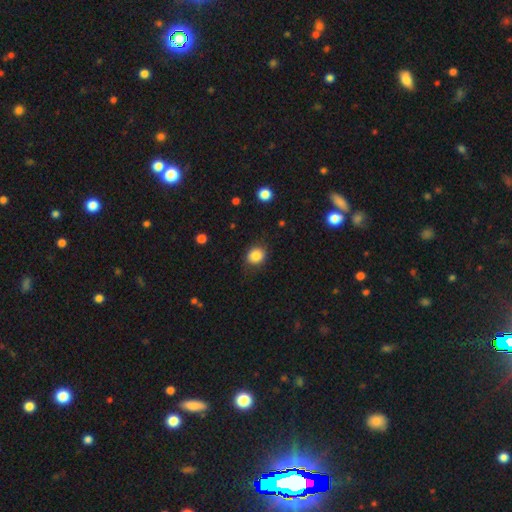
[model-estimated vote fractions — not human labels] smooth-or-featured: smooth: 85% | star or artifact: 9% | featured or disk: 6%
  how-rounded: round: 66% | in between: 33% | cigar-shaped: 1%
  merging: none: 79% | minor disturbance: 15% | major disturbance: 5% | merger: 1%